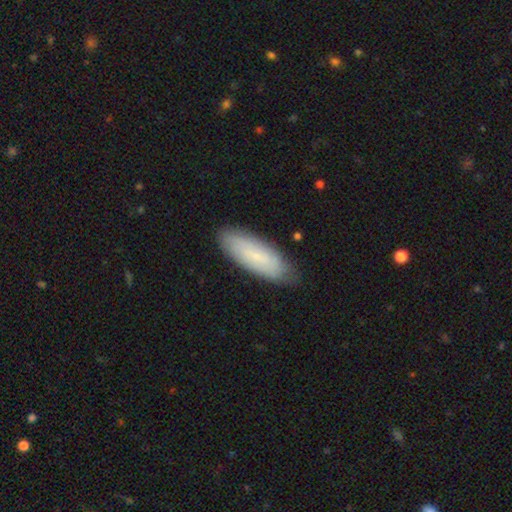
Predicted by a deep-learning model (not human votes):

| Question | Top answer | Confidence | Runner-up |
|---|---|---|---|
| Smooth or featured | smooth | 67% | featured or disk (27%) |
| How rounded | in between | 68% | cigar-shaped (30%) |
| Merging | none | 82% | minor disturbance (14%) |